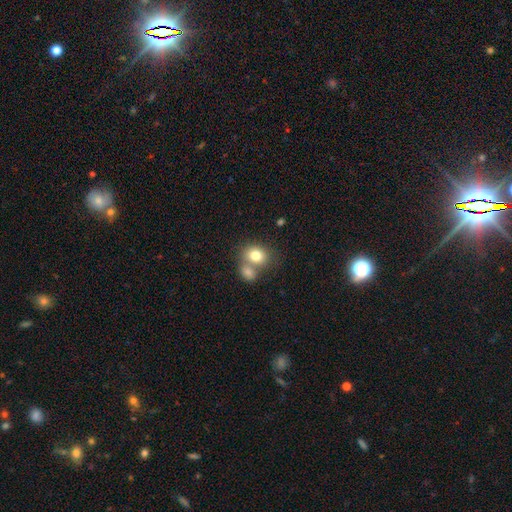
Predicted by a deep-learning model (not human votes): This appears to be a smooth galaxy with no disk features (78%) that is round (56%). Merging: merger (48%).